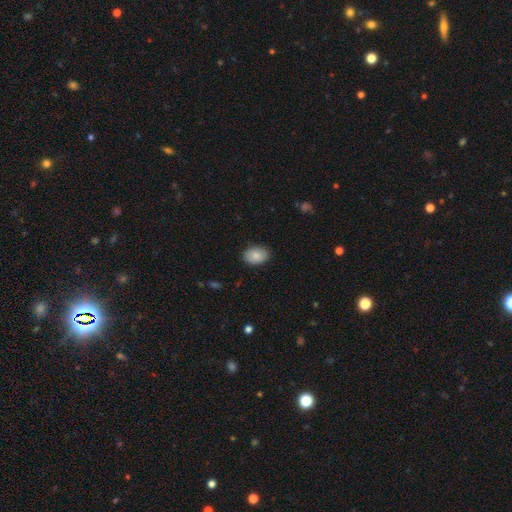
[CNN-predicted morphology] Q: Smooth or featured?
A: smooth (86%); runner-up: featured or disk (7%)
Q: How rounded?
A: in between (80%); runner-up: round (19%)
Q: Merging?
A: none (88%); runner-up: minor disturbance (9%)